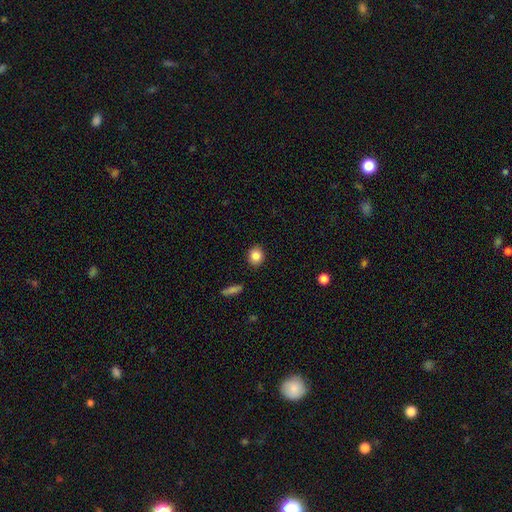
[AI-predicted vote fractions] This appears to be a smooth galaxy with no disk features (85%) that is round (73%). Merging: none (90%).